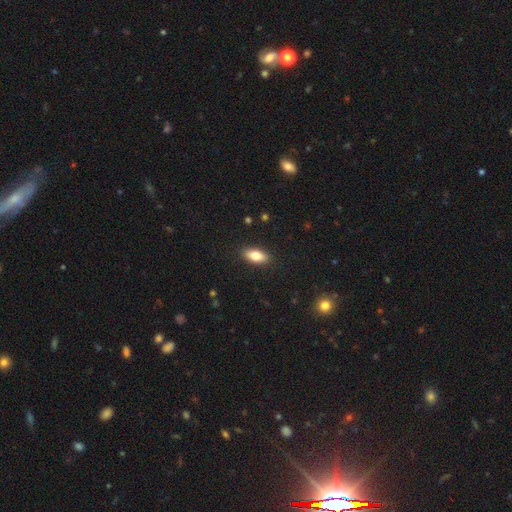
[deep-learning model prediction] Morphology: type=smooth (80%); roundness=in between (87%); merging=none (89%).